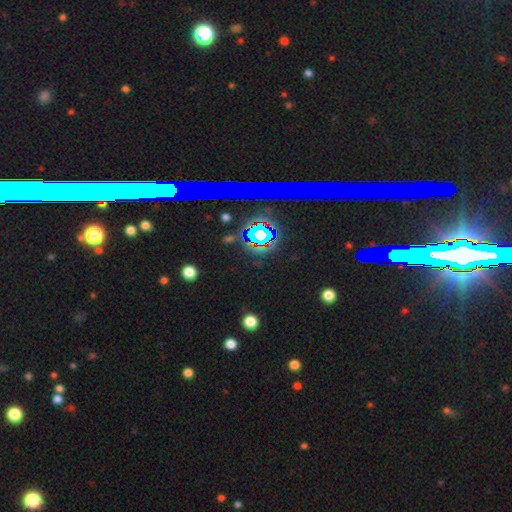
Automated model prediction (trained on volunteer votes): This appears to be a star or artifact, not a galaxy (77%).